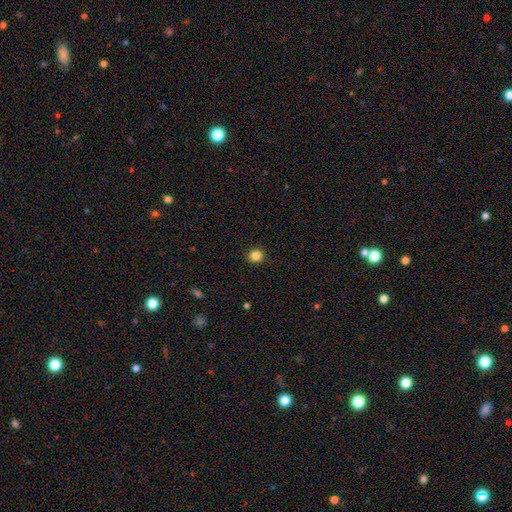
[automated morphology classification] This is clearly a smooth galaxy (85%). How rounded: clearly round (85%). Merging: clearly none (92%).